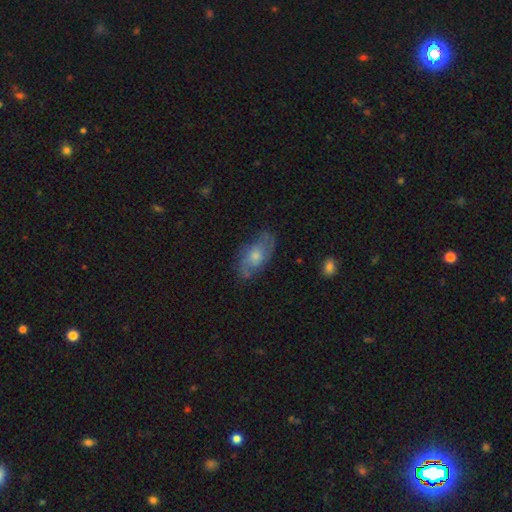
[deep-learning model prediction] A featured or disk galaxy (63%) with no bar (72%), spiral arms (82%) and a moderate central bulge (53%). Merging: none (72%).